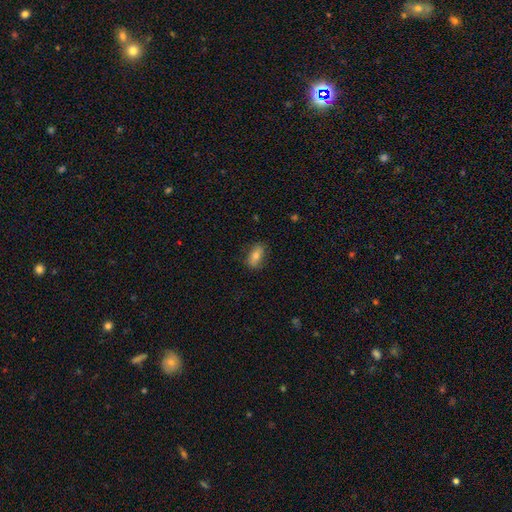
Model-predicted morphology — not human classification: This appears to be a smooth galaxy with no disk features (69%) that is in between round and cigar-shaped (85%). Merging: none (81%).